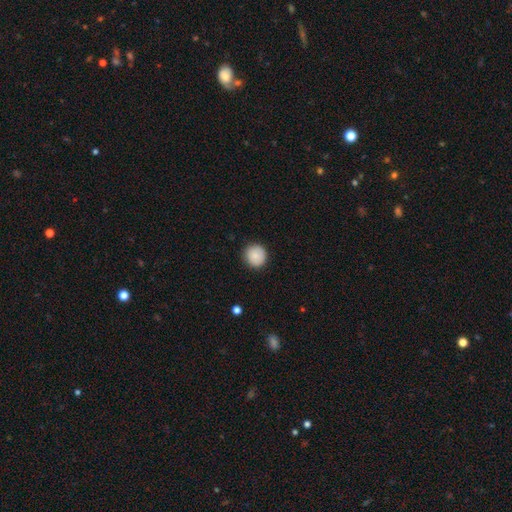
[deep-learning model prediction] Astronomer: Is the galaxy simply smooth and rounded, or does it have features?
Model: smooth — 86%.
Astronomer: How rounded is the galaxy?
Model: round — 93%.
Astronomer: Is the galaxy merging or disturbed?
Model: none — 89%.